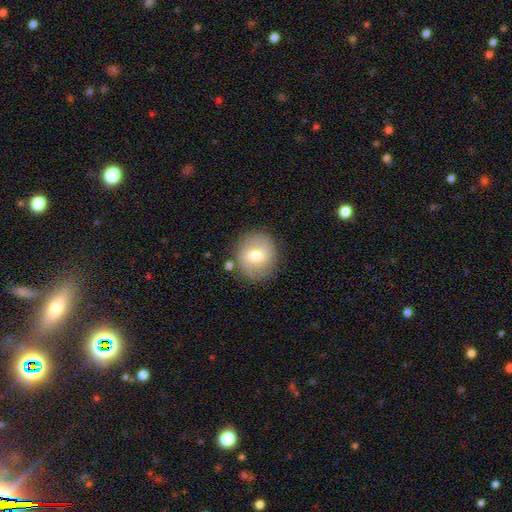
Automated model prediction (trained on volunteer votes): This is likely a smooth galaxy (64%). How rounded: clearly round (88%). Merging: clearly none (81%).